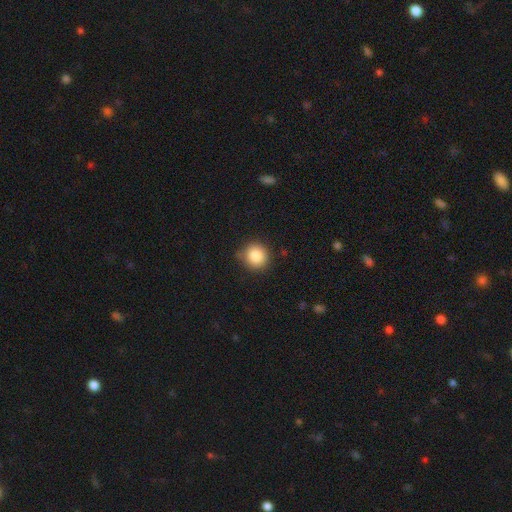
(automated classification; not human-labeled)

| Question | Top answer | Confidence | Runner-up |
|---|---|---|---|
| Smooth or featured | smooth | 85% | star or artifact (10%) |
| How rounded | round | 91% | in between (8%) |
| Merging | none | 81% | minor disturbance (14%) |